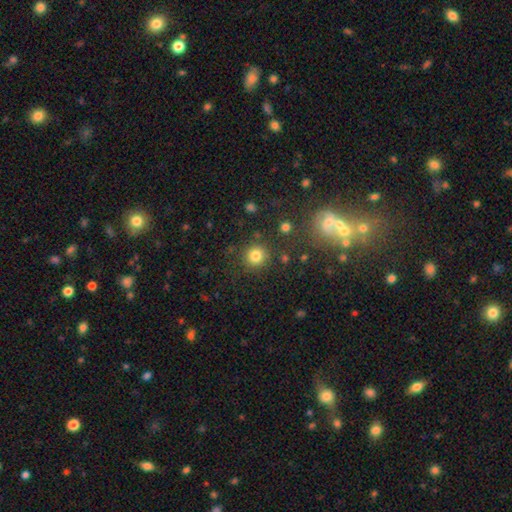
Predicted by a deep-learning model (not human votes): smooth_or_featured: smooth (p=0.81) [alt: star or artifact p=0.13]
how_rounded: round (p=0.92) [alt: in between p=0.07]
merging: none (p=0.84) [alt: minor disturbance p=0.08]